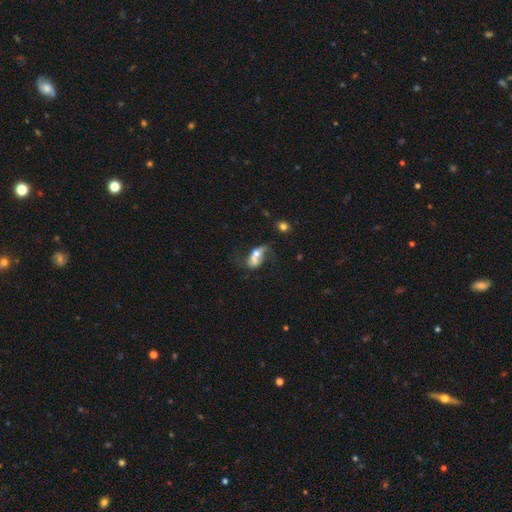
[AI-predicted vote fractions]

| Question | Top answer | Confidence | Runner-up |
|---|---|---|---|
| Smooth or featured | smooth | 47% | featured or disk (42%) |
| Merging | merger | 50% | major disturbance (20%) |